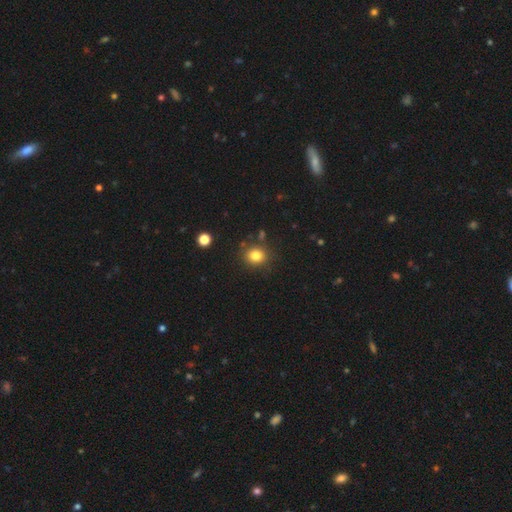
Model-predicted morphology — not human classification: Q: Smooth or featured?
A: smooth (81%); runner-up: star or artifact (12%)
Q: How rounded?
A: round (75%); runner-up: in between (24%)
Q: Merging?
A: none (84%); runner-up: minor disturbance (9%)